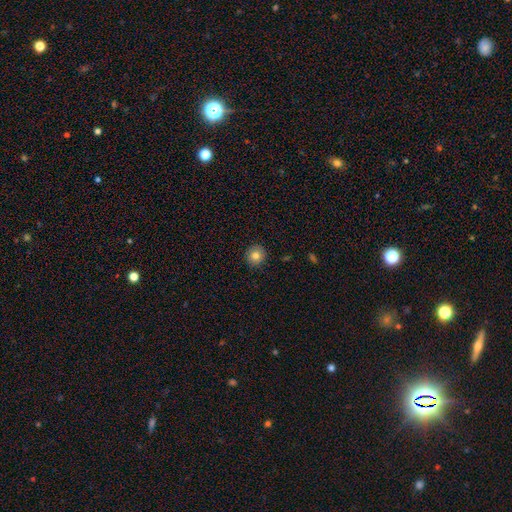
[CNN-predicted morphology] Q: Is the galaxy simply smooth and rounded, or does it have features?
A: smooth — 80%.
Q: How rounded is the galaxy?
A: round — 92%.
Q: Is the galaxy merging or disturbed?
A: none — 91%.